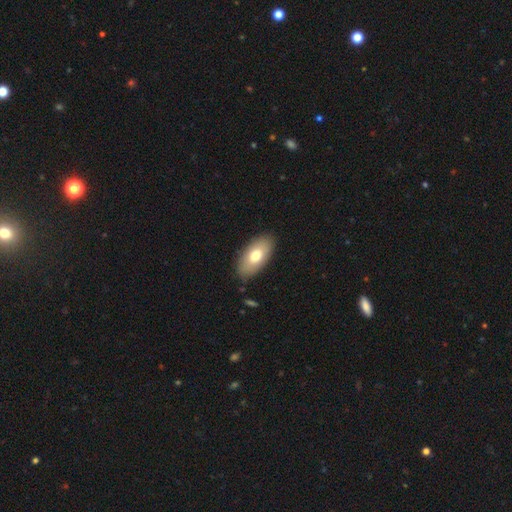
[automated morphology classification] type=smooth (71%); roundness=in between (93%); merging=none (87%).